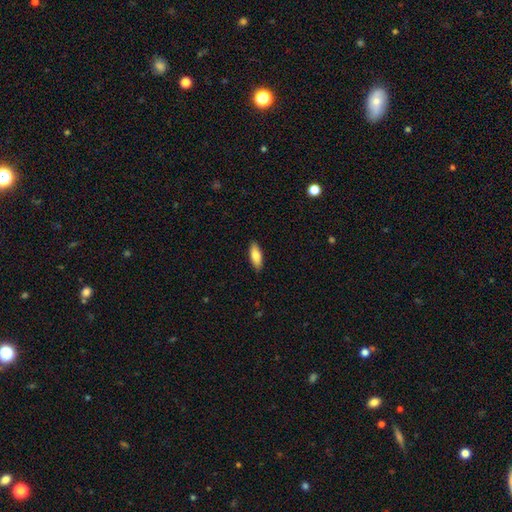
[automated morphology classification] This is clearly a smooth galaxy (81%). How rounded: likely in between (70%). Merging: clearly none (88%).